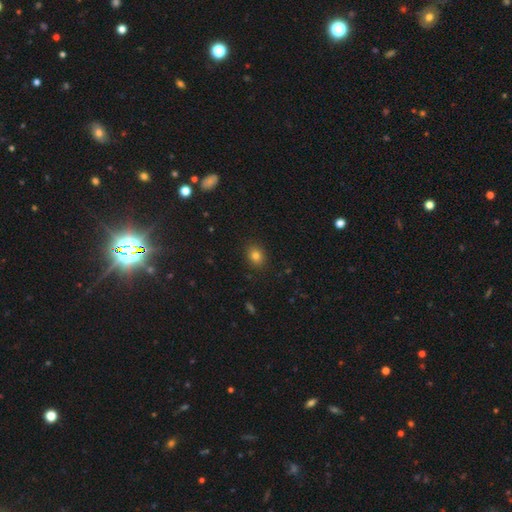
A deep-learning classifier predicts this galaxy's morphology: Overall: smooth (81%). How rounded: round (54%; in between 45%). Merging: none (89%).